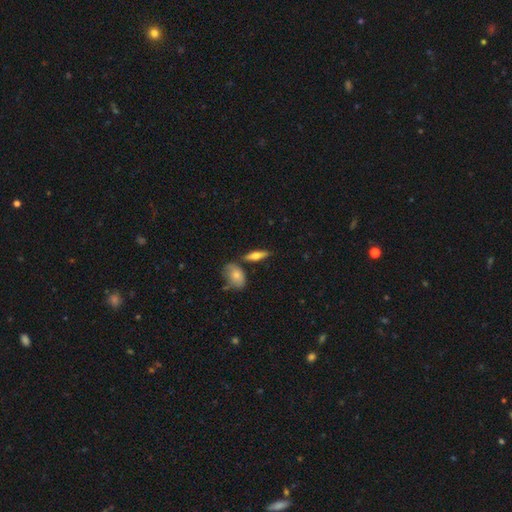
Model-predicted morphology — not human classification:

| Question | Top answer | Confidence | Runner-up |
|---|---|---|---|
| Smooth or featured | smooth | 48% | featured or disk (45%) |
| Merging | none | 74% | minor disturbance (12%) |